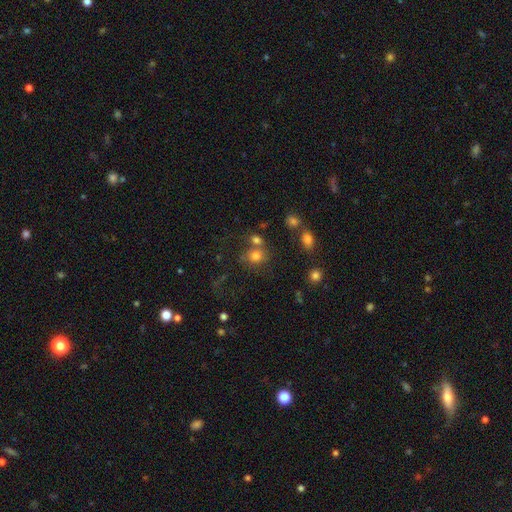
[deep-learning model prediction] Smooth or featured? Predicted: smooth (p=0.76). How rounded? Predicted: round (p=0.74). Merging? Predicted: none (p=0.56).